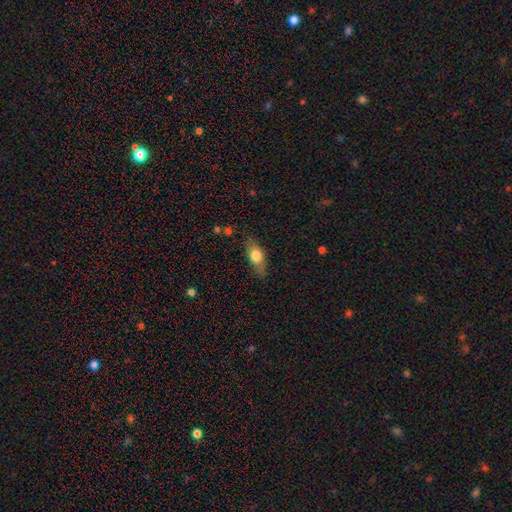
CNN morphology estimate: This appears to be a smooth galaxy with no disk features (69%) that is in between round and cigar-shaped (73%). Merging: none (77%).